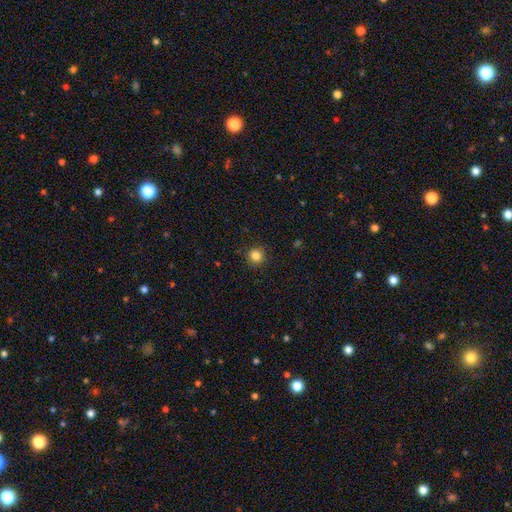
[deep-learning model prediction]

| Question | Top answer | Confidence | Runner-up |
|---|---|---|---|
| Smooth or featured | smooth | 84% | star or artifact (12%) |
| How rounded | round | 94% | in between (5%) |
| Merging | none | 91% | minor disturbance (6%) |